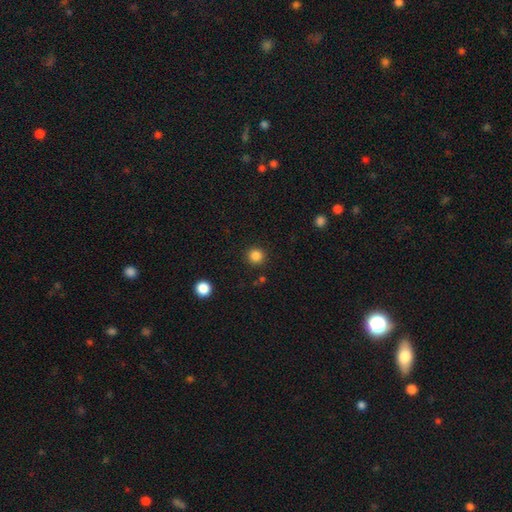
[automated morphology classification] A smooth galaxy with no disk features (85%) that is round (94%). Merging: none (90%).